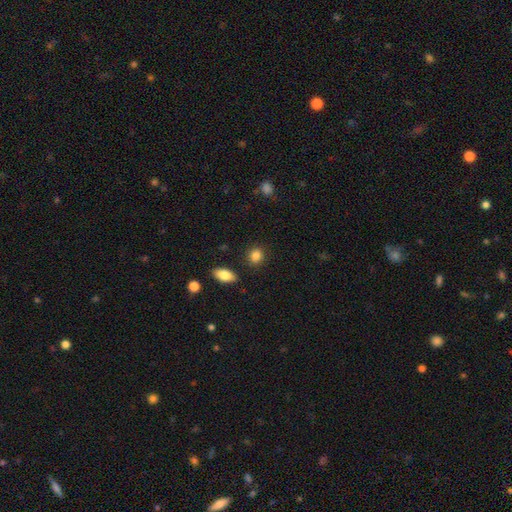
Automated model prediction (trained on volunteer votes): This appears to be a smooth galaxy with no disk features (86%) that is round (62%). Merging: none (87%).